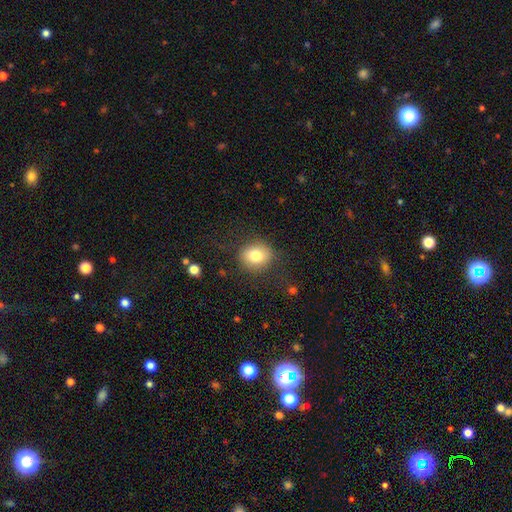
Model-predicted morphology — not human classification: A smooth galaxy with no disk features (80%) that is round (72%). Merging: none (82%).